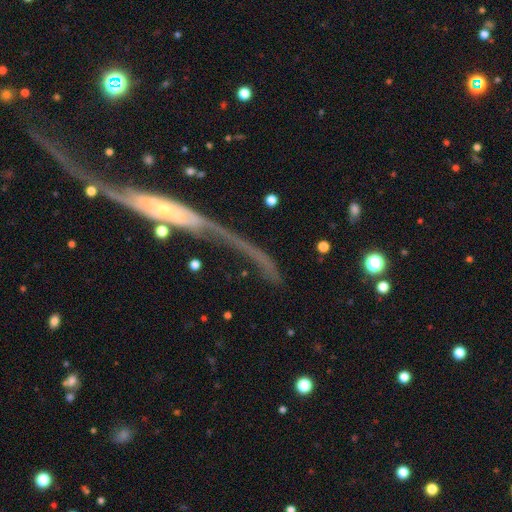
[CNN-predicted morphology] A featured or disk galaxy (72%). Merging: none (47%).